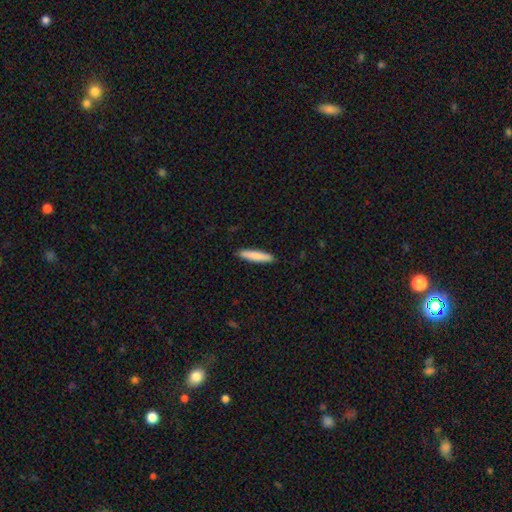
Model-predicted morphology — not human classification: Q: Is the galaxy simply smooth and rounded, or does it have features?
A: smooth — 83%.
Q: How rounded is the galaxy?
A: cigar-shaped — 90%.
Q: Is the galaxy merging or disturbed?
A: none — 91%.